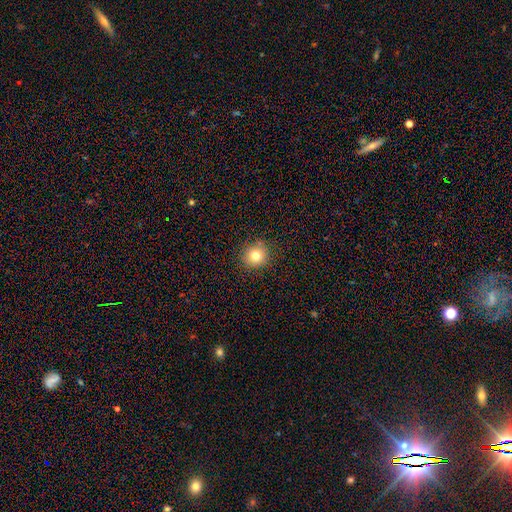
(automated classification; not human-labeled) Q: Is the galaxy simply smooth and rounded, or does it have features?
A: smooth — 79%.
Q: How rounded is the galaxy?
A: round — 89%.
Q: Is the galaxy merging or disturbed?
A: none — 87%.